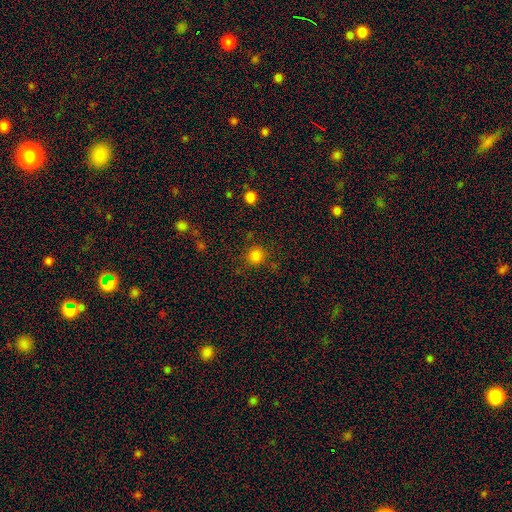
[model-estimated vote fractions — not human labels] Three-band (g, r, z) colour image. It shows a smooth galaxy with no disk features (83%) that is round (91%). Merging: none (83%).